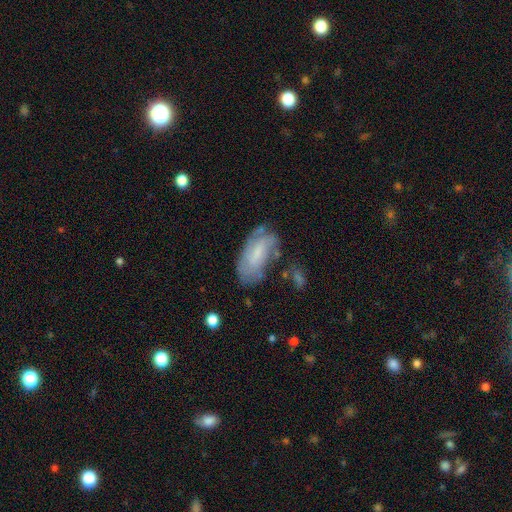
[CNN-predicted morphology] Q: Smooth or featured?
A: featured or disk (52%); runner-up: smooth (40%)
Q: Edge-on disk?
A: no (92%); runner-up: yes (8%)
Q: Merging?
A: none (54%); runner-up: minor disturbance (27%)